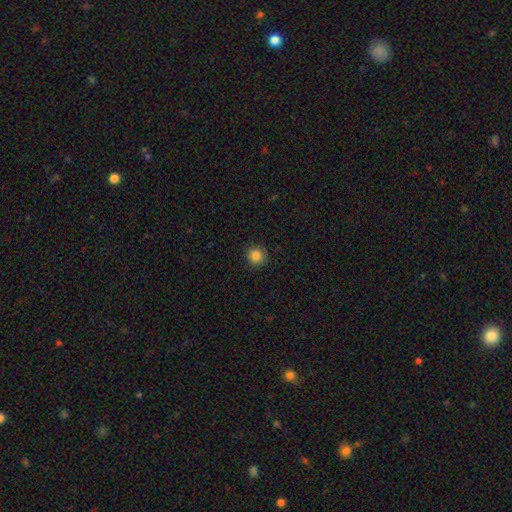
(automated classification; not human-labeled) A smooth galaxy with no disk features (86%) that is round (93%).

Vote fractions:
- Smooth or featured? smooth: 86% / star or artifact: 11% / featured or disk: 4%
- How rounded? round: 93% / in between: 6% / cigar-shaped: 1%
- Merging? none: 90% / minor disturbance: 7% / major disturbance: 2% / merger: 1%